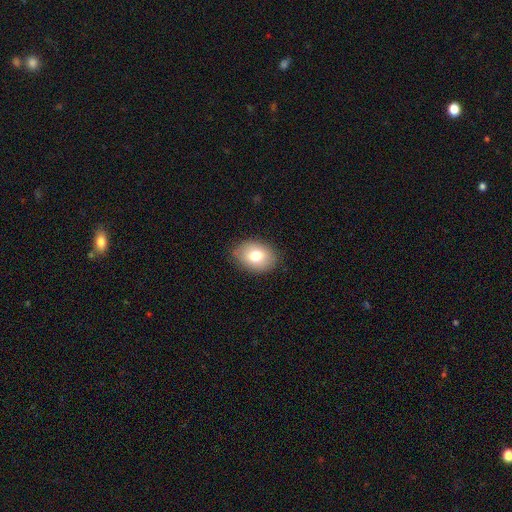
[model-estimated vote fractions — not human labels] Smooth or featured? smooth (76%)
How rounded? in between (75%)
Merging? none (84%)